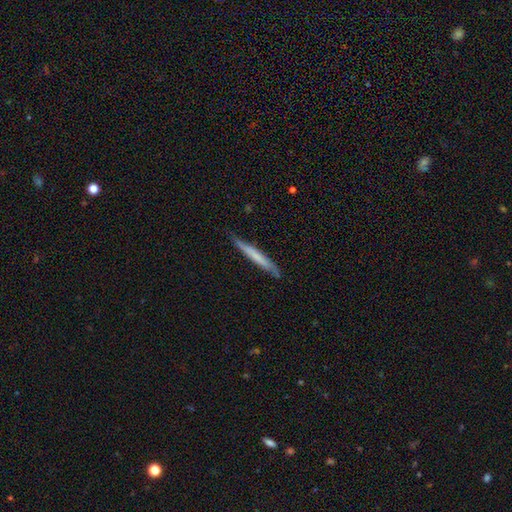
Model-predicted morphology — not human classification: Smooth or featured? smooth (51%)
How rounded? cigar-shaped (96%)
Merging? none (80%)